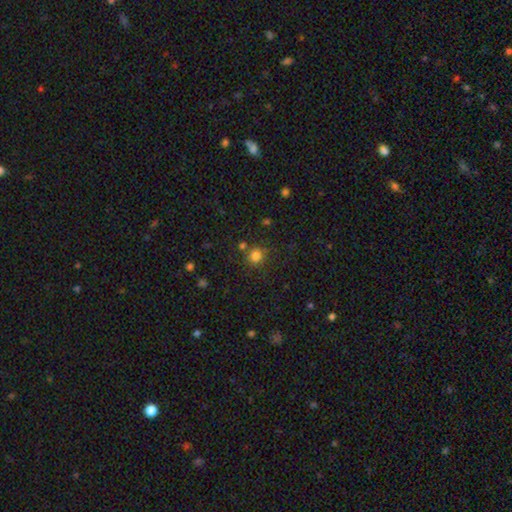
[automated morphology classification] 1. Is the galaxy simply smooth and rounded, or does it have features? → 81% smooth, 14% star or artifact, 5% featured or disk.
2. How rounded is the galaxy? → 89% round, 10% in between, 1% cigar-shaped.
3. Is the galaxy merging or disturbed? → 78% none, 10% minor disturbance, 8% merger, 4% major disturbance.